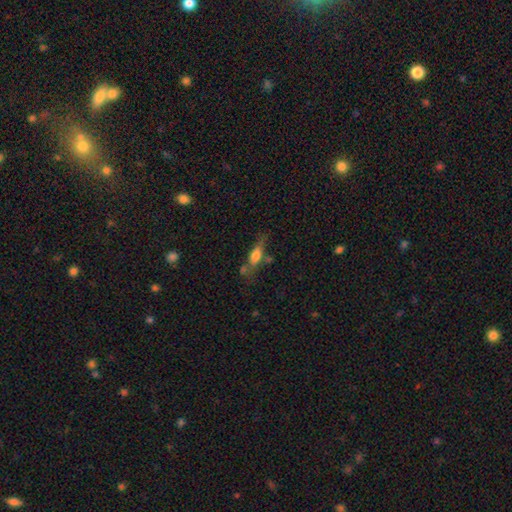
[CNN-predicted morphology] A smooth galaxy with no disk features (62%) that is in between round and cigar-shaped (53%). Merging: none (50%).